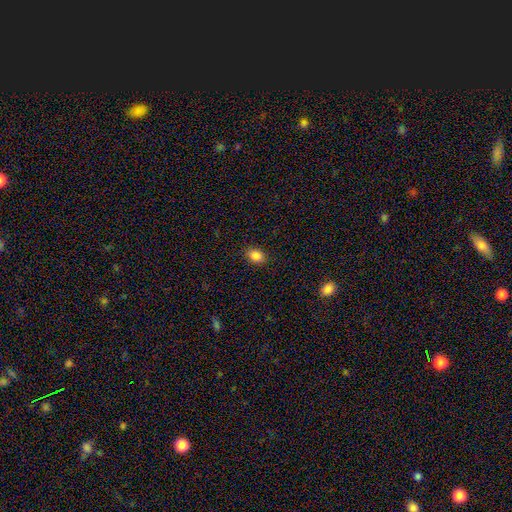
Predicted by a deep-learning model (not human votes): The model was most divided on "how rounded": in between: 71%, round: 27%, cigar-shaped: 1%. More confident: merging — none (87%); smooth or featured — smooth (86%).